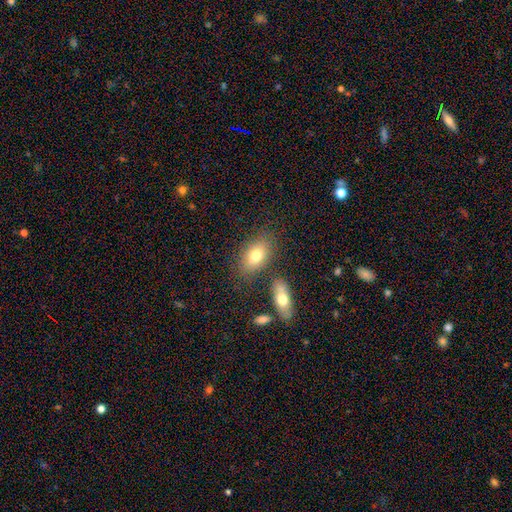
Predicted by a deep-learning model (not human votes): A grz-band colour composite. It shows a smooth galaxy with no disk features (76%) that is in between round and cigar-shaped (86%). Merging: none (74%).